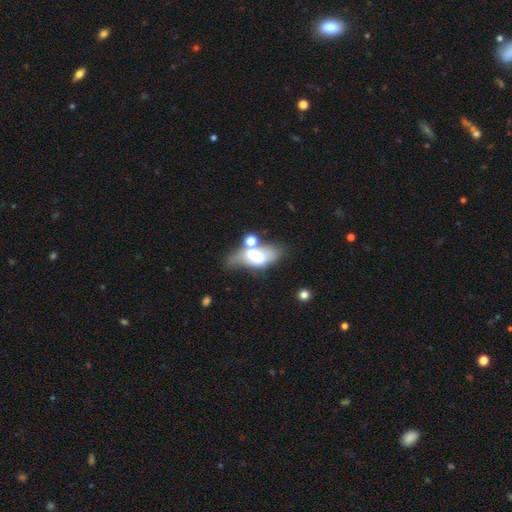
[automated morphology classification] A smooth galaxy with no disk features (51%) that is in between round and cigar-shaped (84%).

Vote fractions:
- Smooth or featured? smooth: 51% / featured or disk: 39% / star or artifact: 11%
- How rounded? in between: 84% / cigar-shaped: 10% / round: 7%
- Merging? merger: 33% / none: 26% / major disturbance: 22% / minor disturbance: 19%